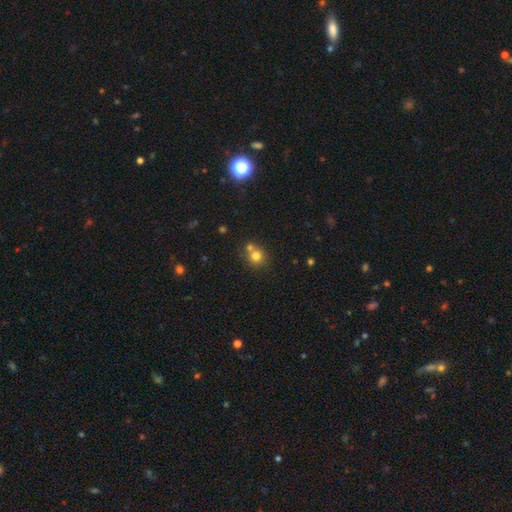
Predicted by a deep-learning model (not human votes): This appears to be a smooth galaxy with no disk features (76%) that is round (86%). Merging: none (56%).